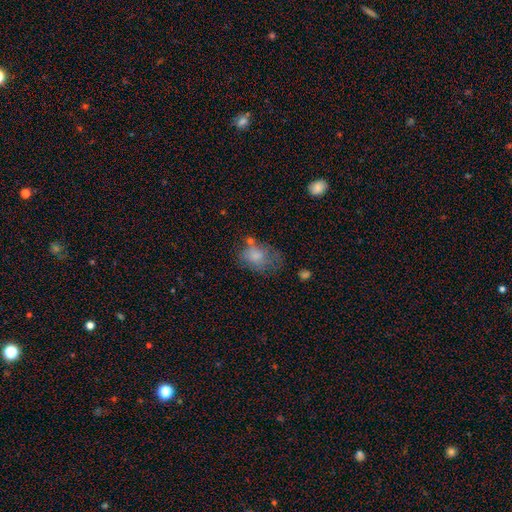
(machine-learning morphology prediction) The model was most divided on "merging": none: 36%, minor disturbance: 28%, major disturbance: 26%, merger: 10%. More confident: how rounded — in between (72%); smooth or featured — smooth (69%).